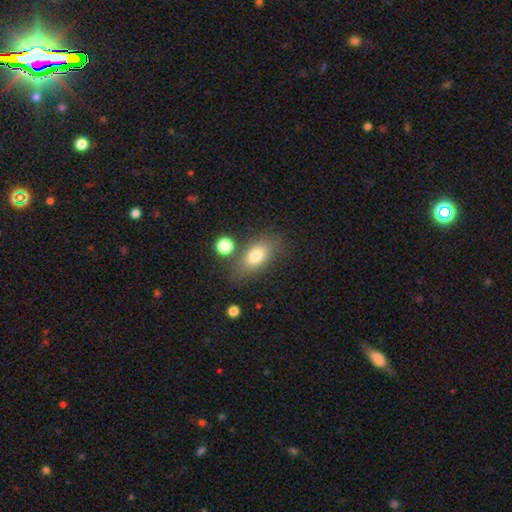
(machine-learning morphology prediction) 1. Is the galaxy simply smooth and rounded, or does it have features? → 78% smooth, 13% featured or disk, 9% star or artifact.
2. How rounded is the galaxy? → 85% in between, 9% round, 6% cigar-shaped.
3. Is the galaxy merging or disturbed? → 68% none, 17% minor disturbance, 9% merger, 6% major disturbance.